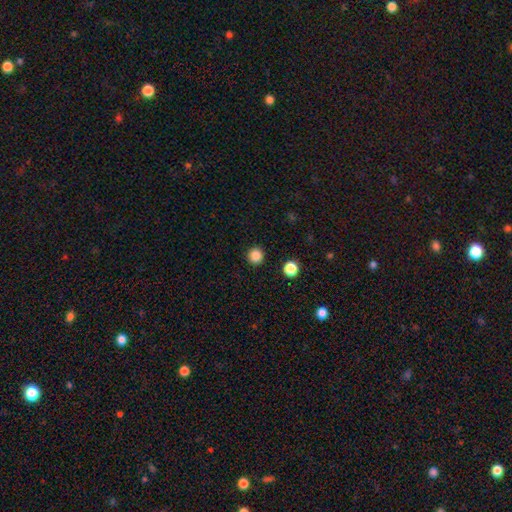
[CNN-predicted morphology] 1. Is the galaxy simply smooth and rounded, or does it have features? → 86% smooth, 11% star or artifact, 3% featured or disk.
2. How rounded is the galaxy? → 96% round, 3% in between, 1% cigar-shaped.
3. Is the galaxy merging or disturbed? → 93% none, 4% minor disturbance, 2% major disturbance, 1% merger.